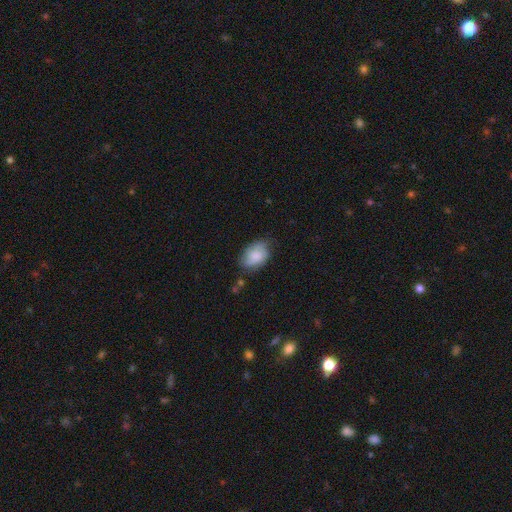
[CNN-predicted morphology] Smooth or featured?
  - smooth: 80% *
  - featured or disk: 13%
  - star or artifact: 7%
How rounded?
  - in between: 84% *
  - round: 15%
  - cigar-shaped: 1%
Merging?
  - none: 63% *
  - minor disturbance: 28%
  - major disturbance: 7%
  - merger: 2%